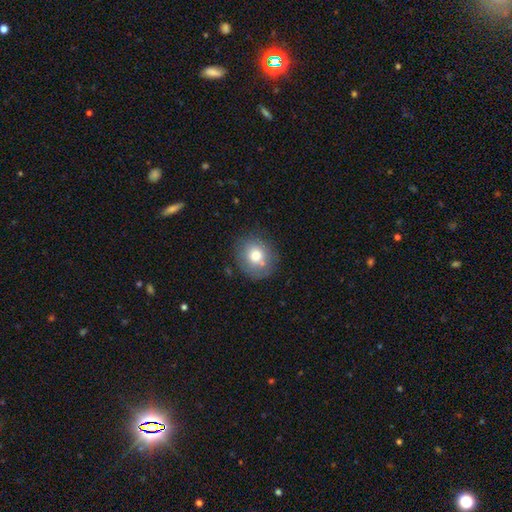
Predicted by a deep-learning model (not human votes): Smooth or featured?
  - smooth: 75% *
  - featured or disk: 15%
  - star or artifact: 10%
How rounded?
  - round: 82% *
  - in between: 17%
  - cigar-shaped: 1%
Merging?
  - none: 75% *
  - minor disturbance: 14%
  - merger: 7%
  - major disturbance: 4%